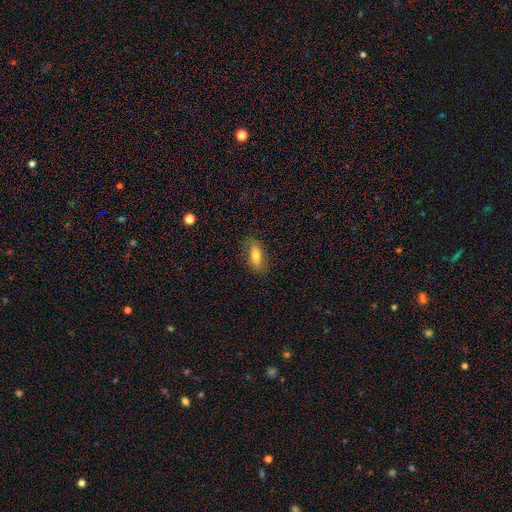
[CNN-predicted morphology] Overall: smooth (64%; featured or disk 28%). How rounded: in between (69%). Merging: none (81%).